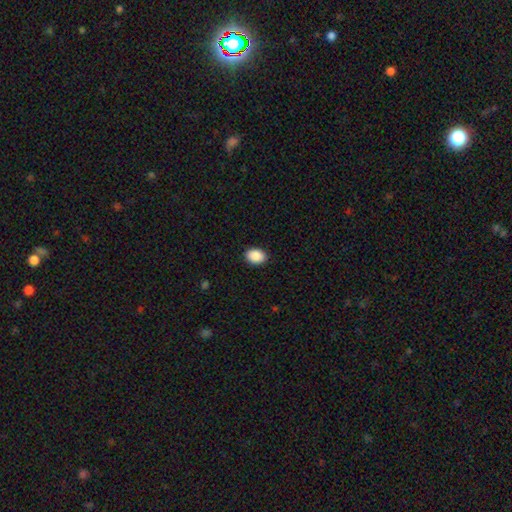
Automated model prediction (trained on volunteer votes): smooth 90%, star or artifact 7%, featured or disk 3%. Down the decision tree: how rounded — in between (77%); merging — none (90%).